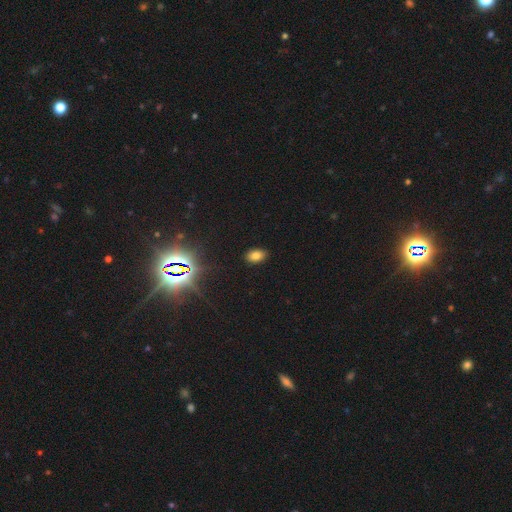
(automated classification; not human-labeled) Overall: smooth (76%). How rounded: in between (89%). Merging: none (89%).